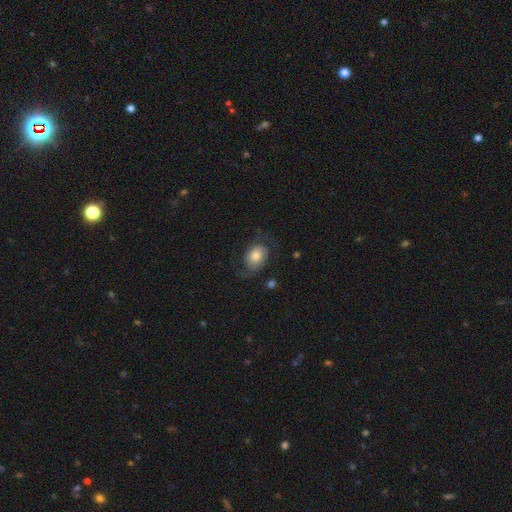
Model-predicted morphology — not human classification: smooth_or_featured: smooth (p=0.48) [alt: featured or disk p=0.43]
merging: none (p=0.61) [alt: minor disturbance p=0.20]